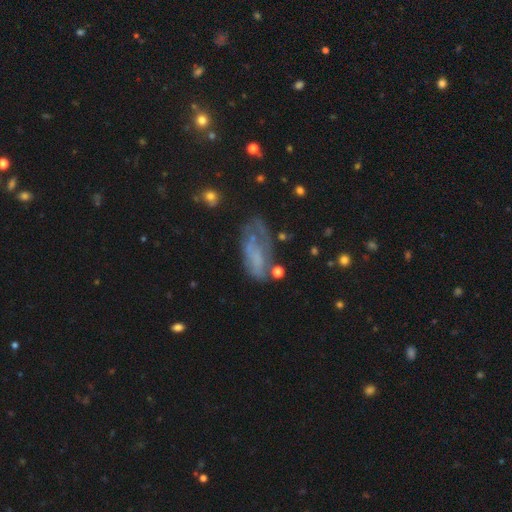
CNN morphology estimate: Smooth or featured: featured or disk — 46% (smooth — 40%)
Merging: none — 38% (major disturbance — 28%)